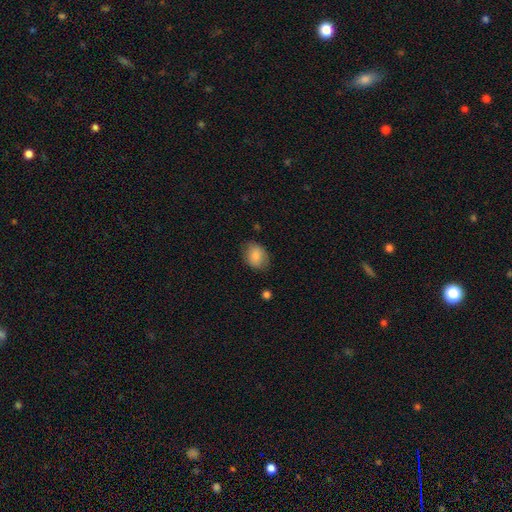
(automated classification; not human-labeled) A smooth galaxy with no disk features (84%) that is in between round and cigar-shaped (63%).

Vote fractions:
- Smooth or featured? smooth: 84% / featured or disk: 9% / star or artifact: 7%
- How rounded? in between: 63% / round: 36% / cigar-shaped: 1%
- Merging? none: 75% / minor disturbance: 19% / major disturbance: 5% / merger: 1%